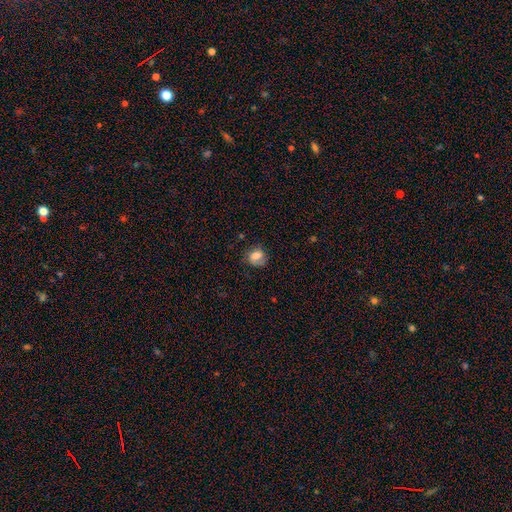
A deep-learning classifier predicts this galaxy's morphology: smooth 70%, featured or disk 20%, star or artifact 10%. Down the decision tree: how rounded — round (62%); merging — none (63%).